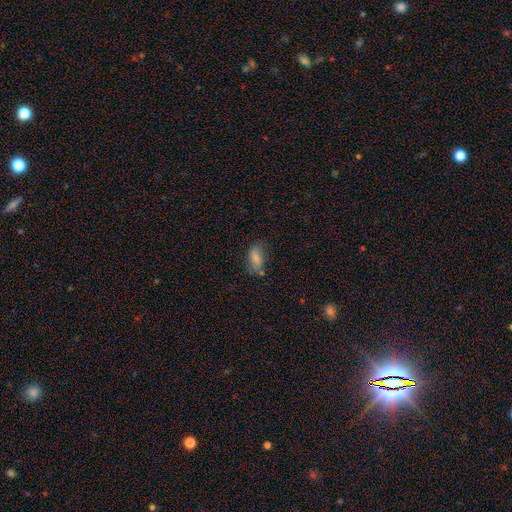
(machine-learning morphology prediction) smooth 67%, featured or disk 19%, star or artifact 14%. Down the decision tree: how rounded — in between (83%); merging — none (65%).